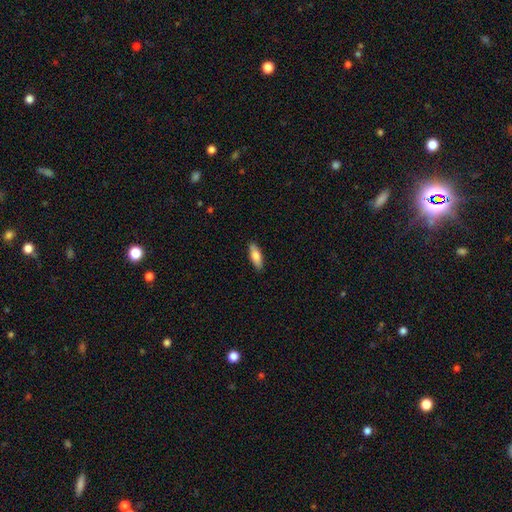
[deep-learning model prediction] Overall: smooth (77%). How rounded: in between (60%; cigar-shaped 38%). Merging: none (89%).